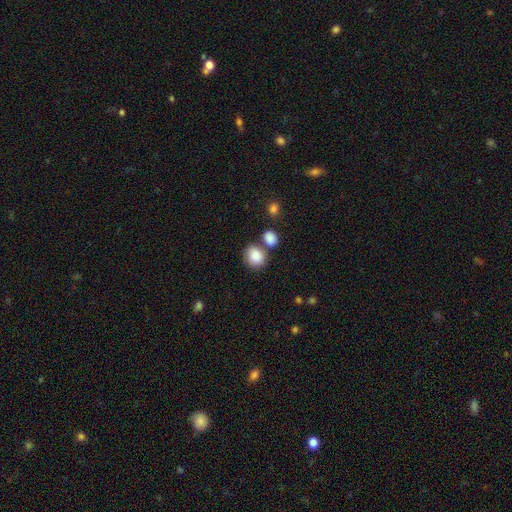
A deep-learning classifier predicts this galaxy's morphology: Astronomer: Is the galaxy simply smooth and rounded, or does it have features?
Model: smooth — 86%.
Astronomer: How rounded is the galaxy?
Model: round — 68%.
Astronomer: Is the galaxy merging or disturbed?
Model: none — 56%.